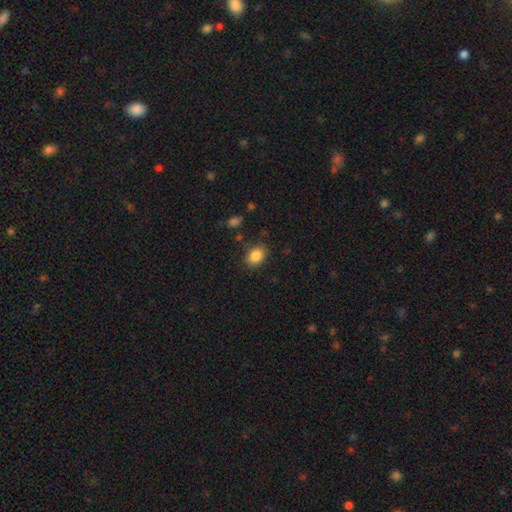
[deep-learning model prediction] The model was most divided on "how rounded": in between: 65%, round: 34%, cigar-shaped: 1%. More confident: smooth or featured — smooth (86%); merging — none (84%).